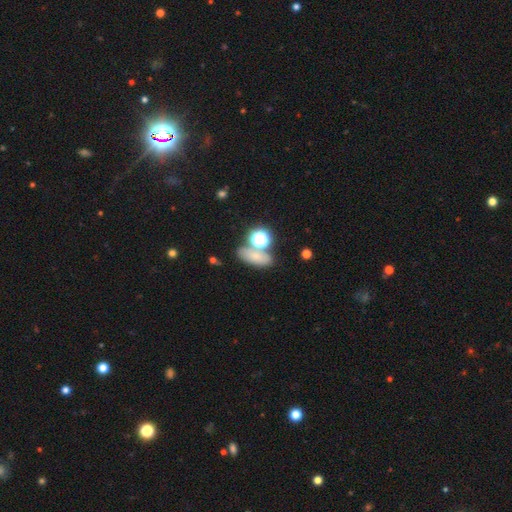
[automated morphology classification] Smooth or featured? Predicted: smooth (p=0.66). How rounded? Predicted: in between (p=0.67). Merging? Predicted: none (p=0.61).